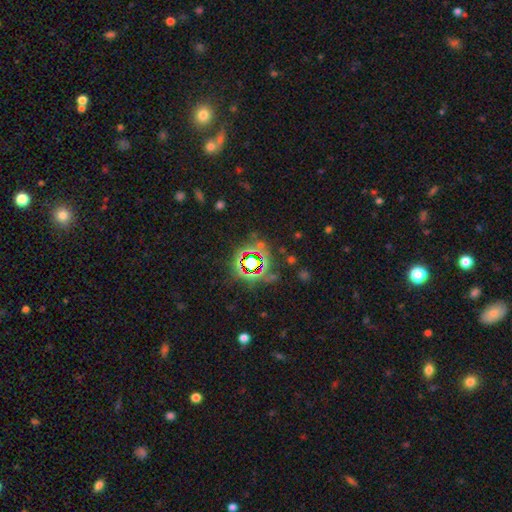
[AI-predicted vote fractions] Smooth or featured? star or artifact (75%)